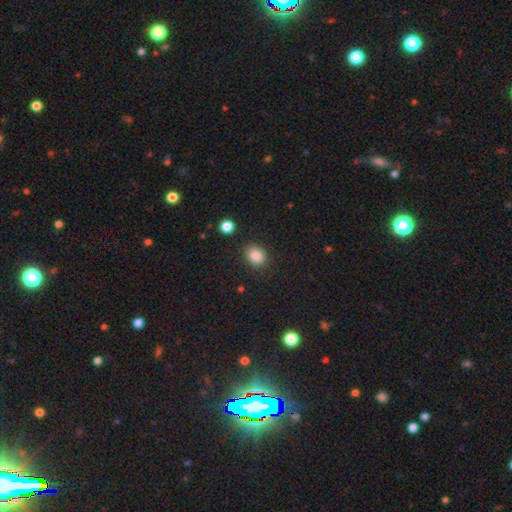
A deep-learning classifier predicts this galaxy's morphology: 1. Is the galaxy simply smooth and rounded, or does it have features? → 86% smooth, 10% star or artifact, 5% featured or disk.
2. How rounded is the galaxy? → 61% in between, 38% round, 1% cigar-shaped.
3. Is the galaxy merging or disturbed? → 84% none, 10% minor disturbance, 3% major disturbance, 2% merger.